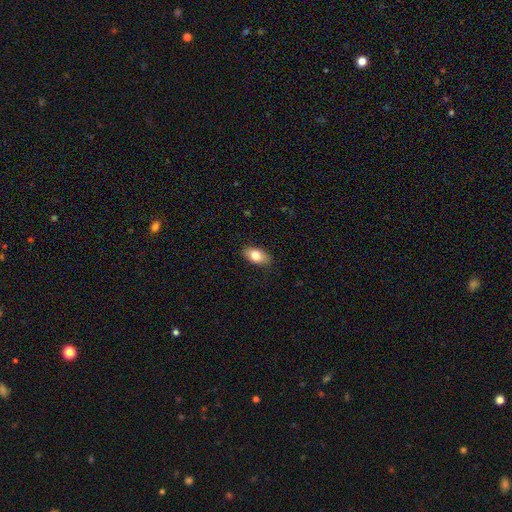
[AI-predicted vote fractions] This is likely a smooth galaxy (79%). How rounded: clearly in between (90%). Merging: clearly none (85%).